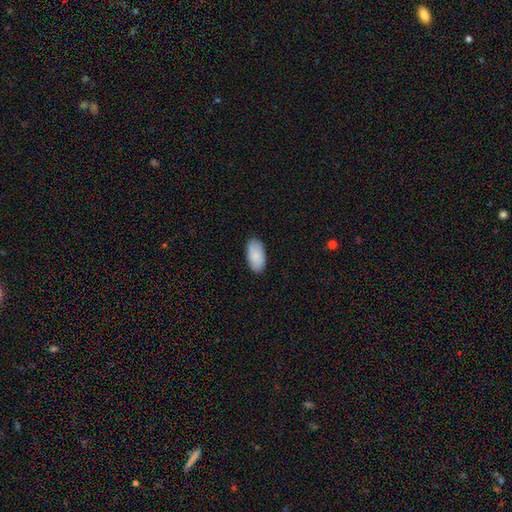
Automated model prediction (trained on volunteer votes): Smooth or featured?
  - smooth: 88% *
  - featured or disk: 7%
  - star or artifact: 6%
How rounded?
  - in between: 95% *
  - cigar-shaped: 2%
  - round: 2%
Merging?
  - none: 87% *
  - minor disturbance: 10%
  - major disturbance: 2%
  - merger: 1%